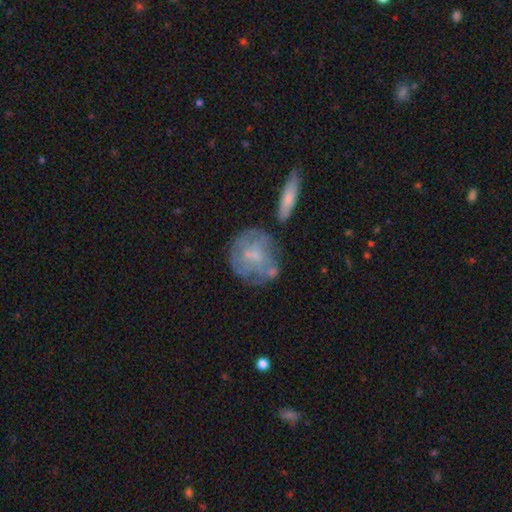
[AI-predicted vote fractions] A featured or disk galaxy (50%). Merging: none (58%).